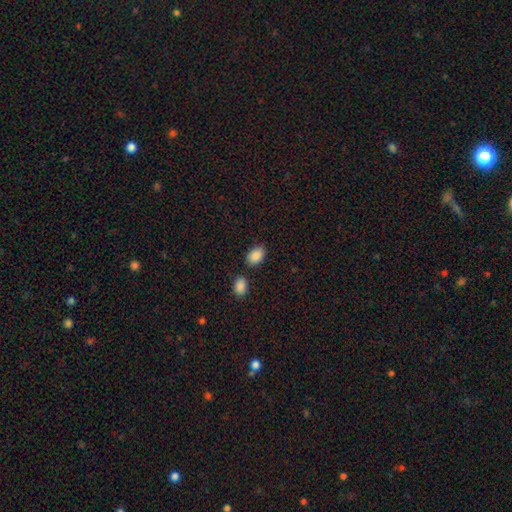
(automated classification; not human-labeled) Overall: smooth (89%). How rounded: in between (90%). Merging: none (78%).